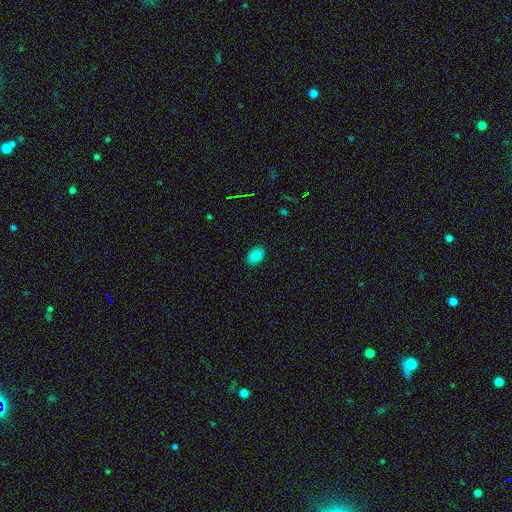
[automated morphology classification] type=smooth (85%); roundness=in between (85%); merging=none (88%).